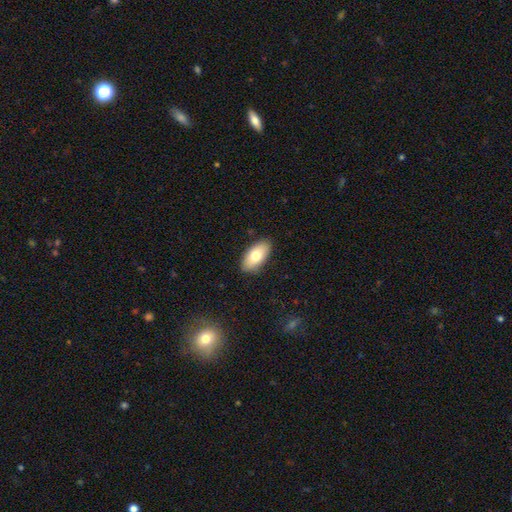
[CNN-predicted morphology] A smooth galaxy with no disk features (76%) that is in between round and cigar-shaped (92%).

Vote fractions:
- Smooth or featured? smooth: 76% / featured or disk: 18% / star or artifact: 7%
- How rounded? in between: 92% / cigar-shaped: 5% / round: 3%
- Merging? none: 88% / minor disturbance: 9% / major disturbance: 2% / merger: 1%